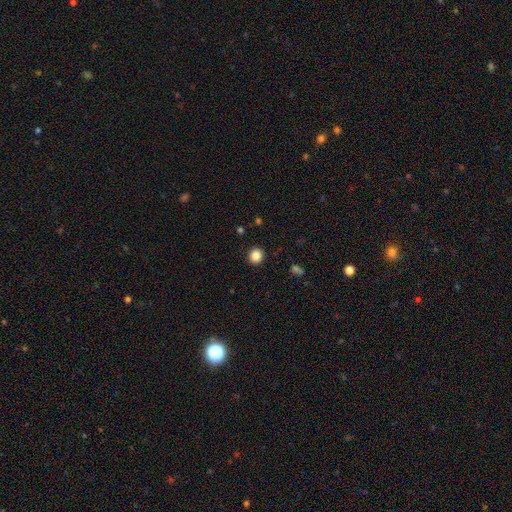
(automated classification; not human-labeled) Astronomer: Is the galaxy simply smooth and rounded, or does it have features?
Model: smooth — 85%.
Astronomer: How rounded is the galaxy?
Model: round — 88%.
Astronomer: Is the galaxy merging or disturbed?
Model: none — 92%.